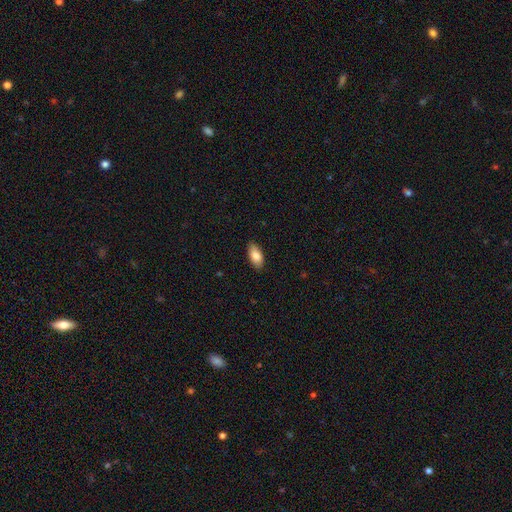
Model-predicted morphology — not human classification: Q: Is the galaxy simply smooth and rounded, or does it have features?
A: smooth — 84%.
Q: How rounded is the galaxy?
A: in between — 91%.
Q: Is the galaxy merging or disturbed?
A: none — 88%.